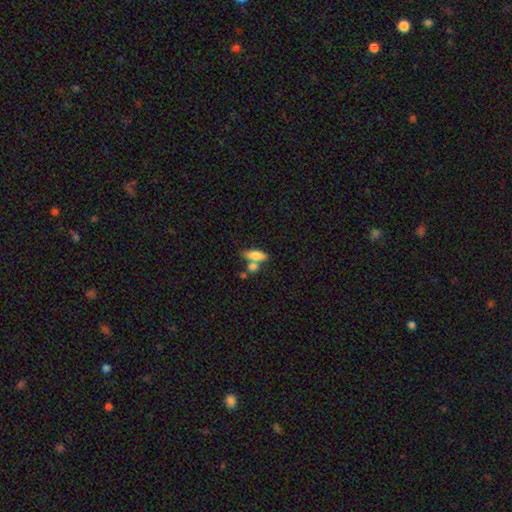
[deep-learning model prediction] Q: Smooth or featured?
A: smooth (74%); runner-up: featured or disk (18%)
Q: How rounded?
A: in between (68%); runner-up: cigar-shaped (26%)
Q: Merging?
A: none (46%); runner-up: merger (36%)